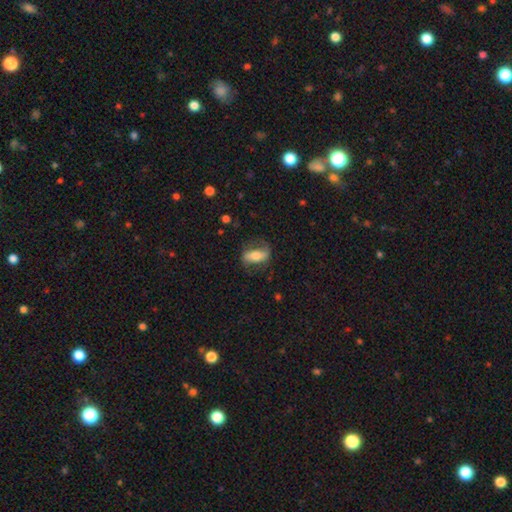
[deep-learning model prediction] This appears to be a featured or disk galaxy (53%). Merging: none (65%).